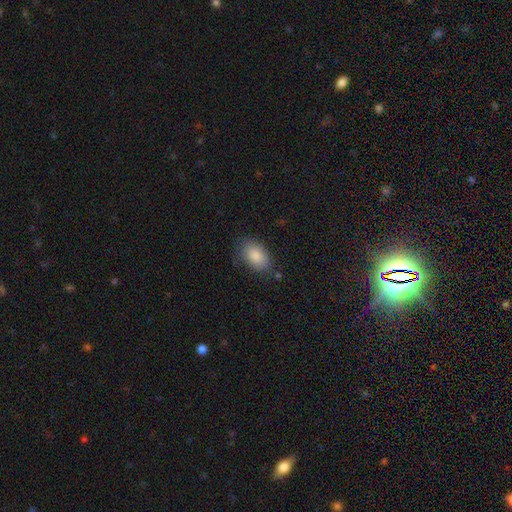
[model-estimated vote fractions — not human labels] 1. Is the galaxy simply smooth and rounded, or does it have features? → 87% smooth, 7% star or artifact, 6% featured or disk.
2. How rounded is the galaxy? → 91% in between, 7% round, 2% cigar-shaped.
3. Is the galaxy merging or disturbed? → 77% none, 16% minor disturbance, 4% major disturbance, 2% merger.